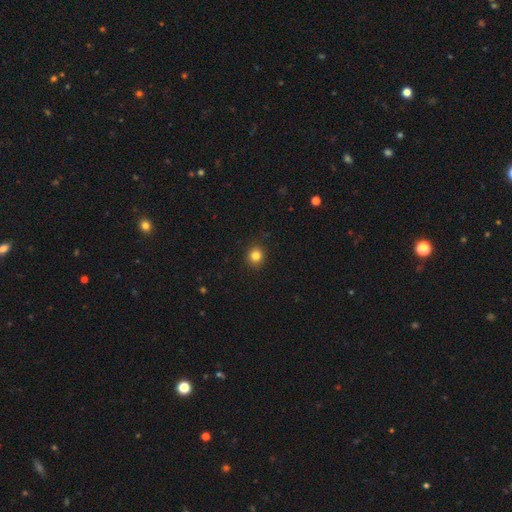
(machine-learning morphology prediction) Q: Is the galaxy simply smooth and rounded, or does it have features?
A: smooth — 82%.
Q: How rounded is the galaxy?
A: round — 85%.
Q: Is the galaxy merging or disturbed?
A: none — 91%.